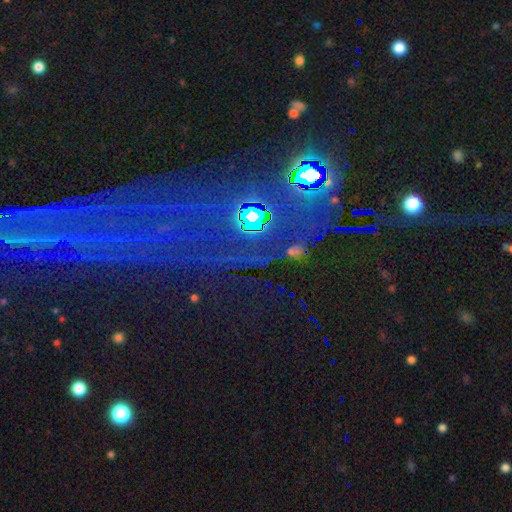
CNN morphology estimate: Smooth or featured?
  - star or artifact: 78% *
  - featured or disk: 11%
  - smooth: 11%